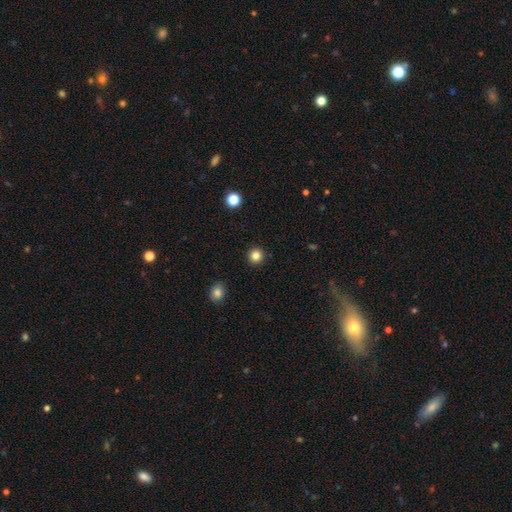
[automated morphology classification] A smooth galaxy with no disk features (84%) that is round (95%). Merging: none (93%).